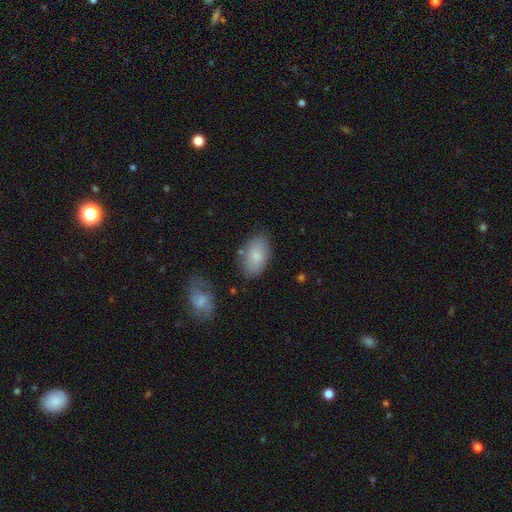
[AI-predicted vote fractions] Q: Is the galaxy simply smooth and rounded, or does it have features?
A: smooth — 82%.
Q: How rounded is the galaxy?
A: in between — 92%.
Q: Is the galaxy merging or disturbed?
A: none — 76%.